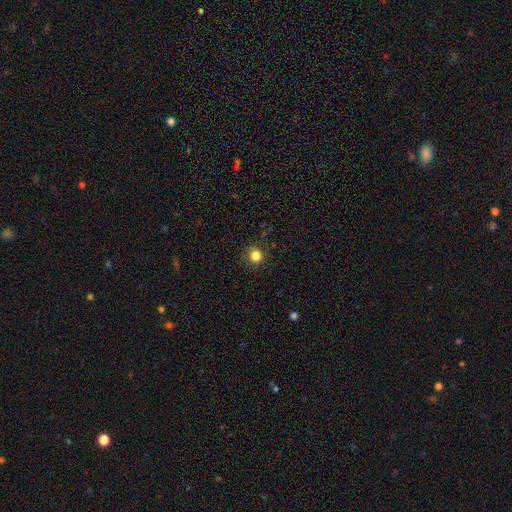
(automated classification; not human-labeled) Overall: smooth (83%). How rounded: round (90%). Merging: none (89%).